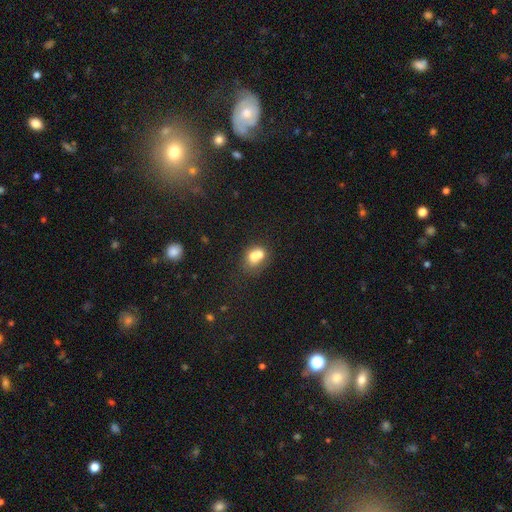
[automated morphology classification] smooth 67%, featured or disk 22%, star or artifact 11%. Down the decision tree: how rounded — round (56%); merging — merger (61%).